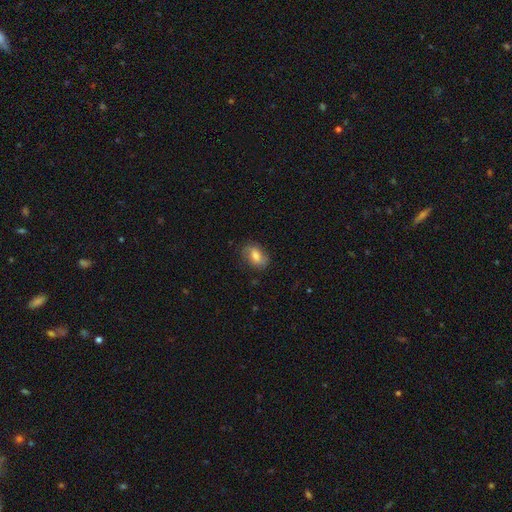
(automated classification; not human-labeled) smooth 67%, featured or disk 25%, star or artifact 8%. Down the decision tree: how rounded — in between (84%); merging — none (76%).